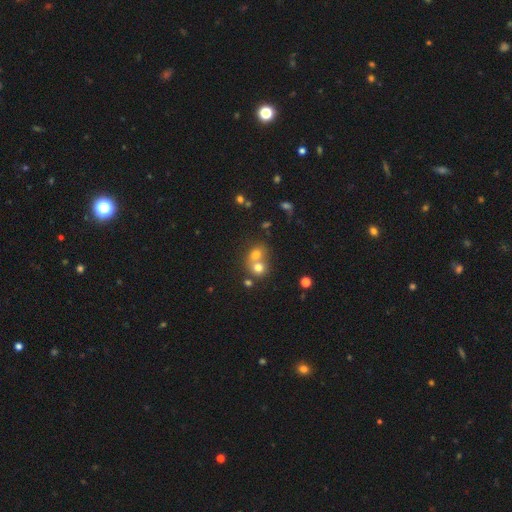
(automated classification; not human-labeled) This is likely a smooth galaxy (65%). How rounded: likely round (71%). Merging: likely merger (61%).